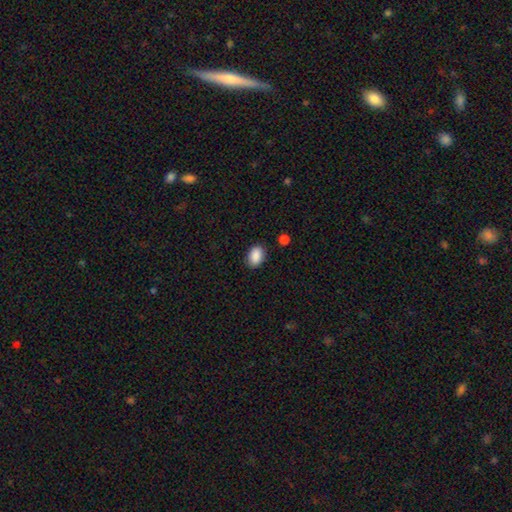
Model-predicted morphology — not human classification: A smooth galaxy with no disk features (89%) that is in between round and cigar-shaped (84%).

Vote fractions:
- Smooth or featured? smooth: 89% / star or artifact: 8% / featured or disk: 3%
- How rounded? in between: 84% / round: 15% / cigar-shaped: 1%
- Merging? none: 86% / minor disturbance: 10% / major disturbance: 2% / merger: 2%